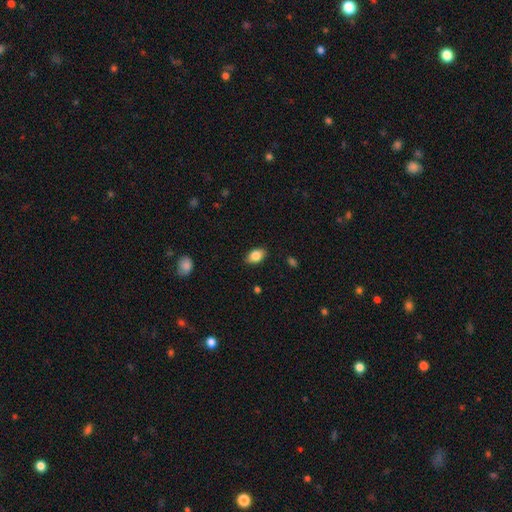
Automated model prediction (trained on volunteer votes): Overall: smooth (84%). How rounded: in between (87%). Merging: none (85%).